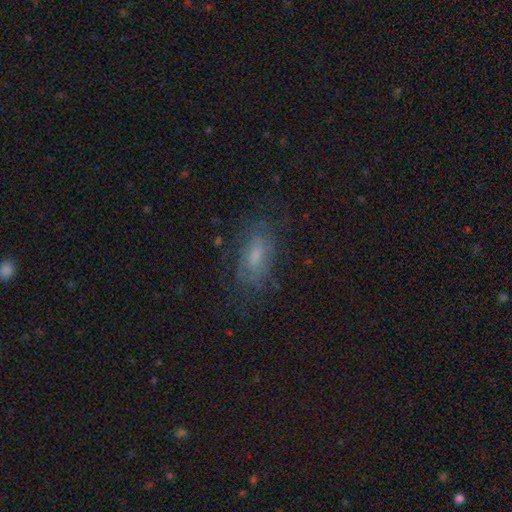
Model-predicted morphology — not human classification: Smooth or featured: smooth — 46% (featured or disk — 42%)
Merging: none — 69% (minor disturbance — 20%)